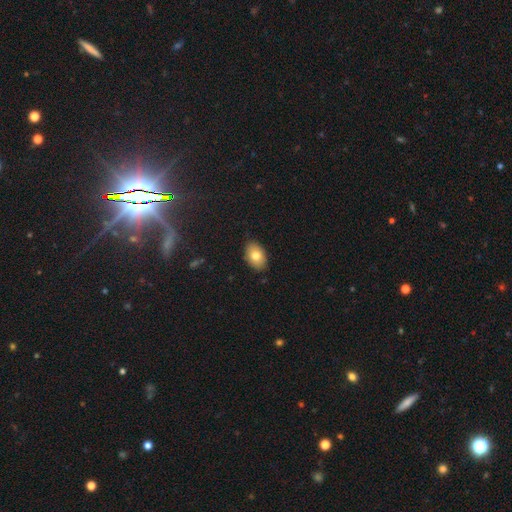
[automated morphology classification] Overall: smooth (77%). How rounded: in between (86%). Merging: none (86%).